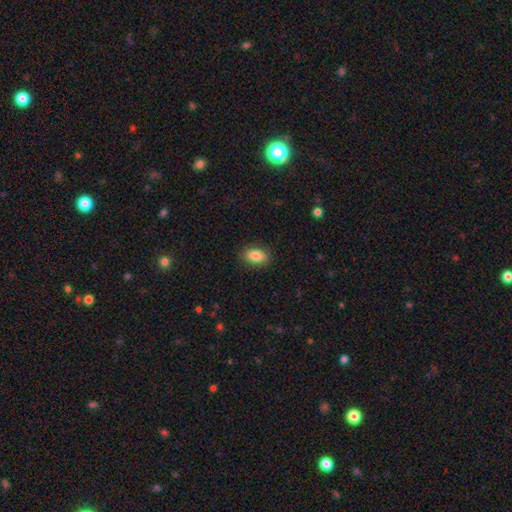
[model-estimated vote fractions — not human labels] Q: Smooth or featured?
A: smooth (84%); runner-up: featured or disk (9%)
Q: How rounded?
A: in between (89%); runner-up: round (8%)
Q: Merging?
A: none (86%); runner-up: minor disturbance (10%)